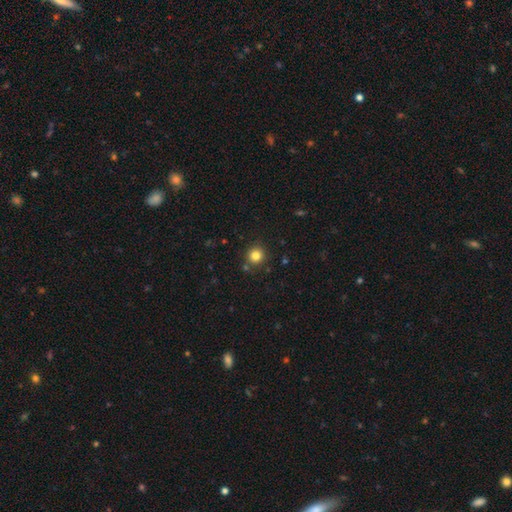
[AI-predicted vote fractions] Smooth or featured?
  - smooth: 81% *
  - star or artifact: 13%
  - featured or disk: 6%
How rounded?
  - round: 93% *
  - in between: 6%
  - cigar-shaped: 1%
Merging?
  - none: 86% *
  - minor disturbance: 8%
  - merger: 4%
  - major disturbance: 2%